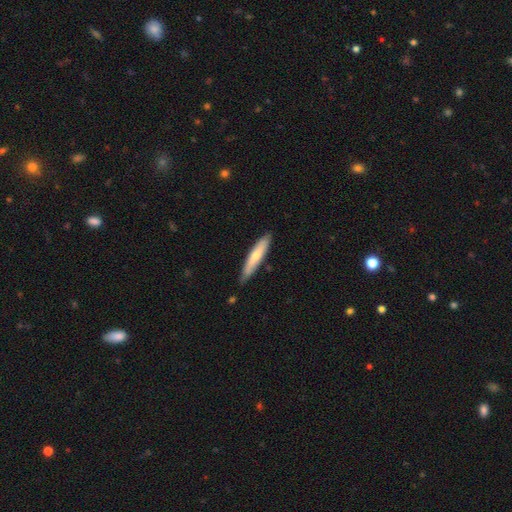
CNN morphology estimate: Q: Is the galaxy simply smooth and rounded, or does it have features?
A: smooth — 65%.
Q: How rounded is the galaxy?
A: cigar-shaped — 88%.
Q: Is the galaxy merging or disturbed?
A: none — 81%.